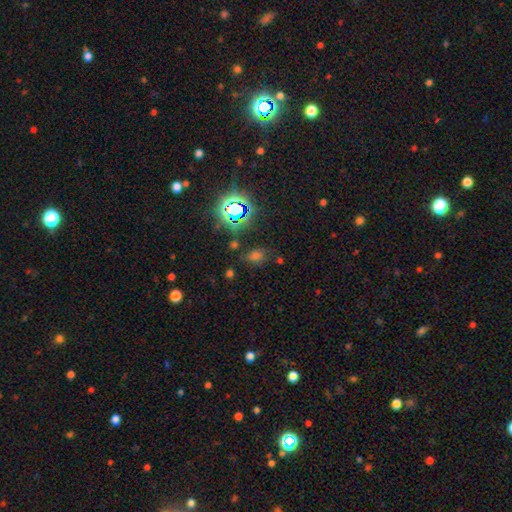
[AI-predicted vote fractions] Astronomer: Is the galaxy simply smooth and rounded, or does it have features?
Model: smooth — 47% (runner-up: star or artifact, 46%).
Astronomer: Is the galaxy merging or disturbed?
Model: none — 77%.